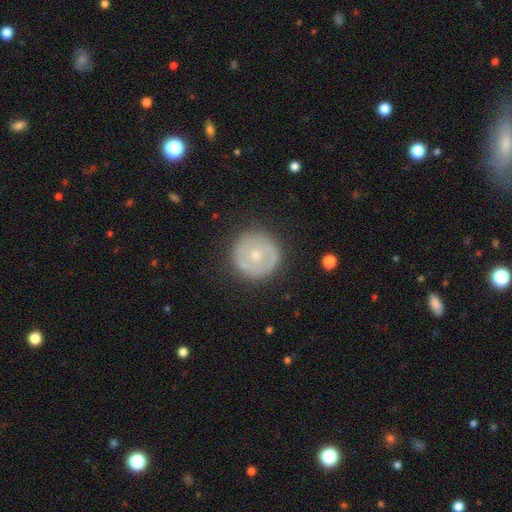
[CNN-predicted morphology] Smooth or featured?
  - featured or disk: 48% *
  - smooth: 45%
  - star or artifact: 7%
Merging?
  - none: 86% *
  - minor disturbance: 10%
  - major disturbance: 3%
  - merger: 1%